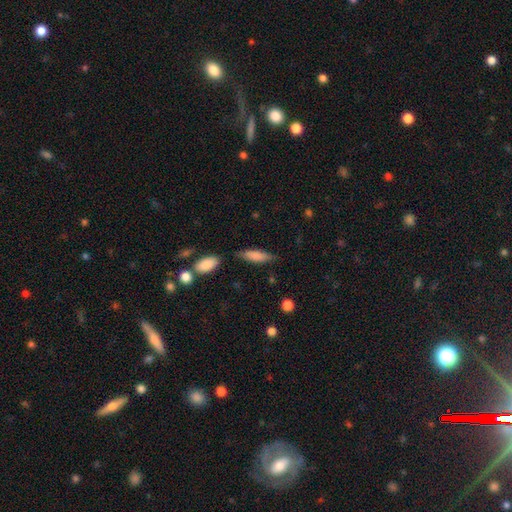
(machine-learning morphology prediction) Smooth or featured? smooth (77%)
How rounded? cigar-shaped (60%)
Merging? none (72%)